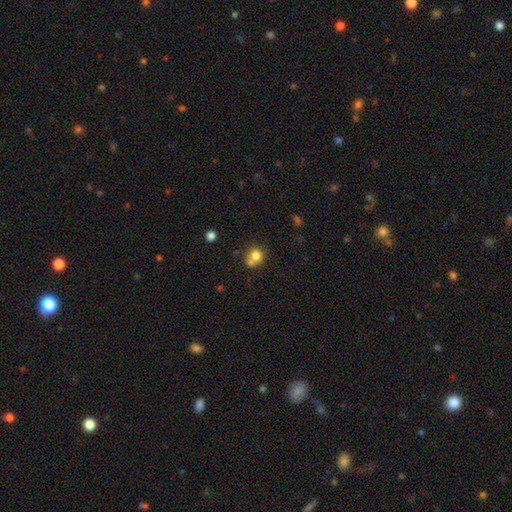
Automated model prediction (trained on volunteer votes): This is likely a smooth galaxy (77%). How rounded: clearly round (84%). Merging: possibly none (47%).